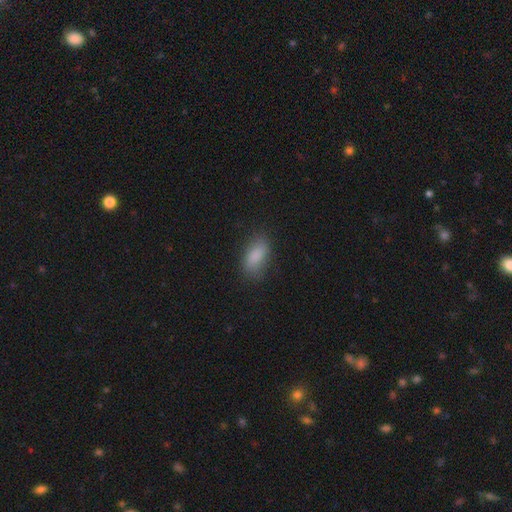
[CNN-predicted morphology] Smooth or featured? smooth (85%)
How rounded? in between (87%)
Merging? none (75%)